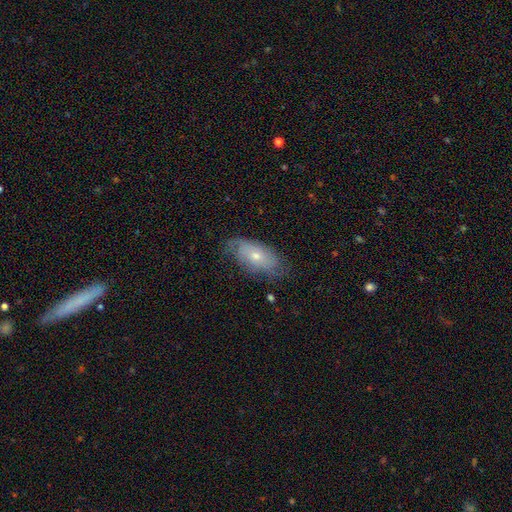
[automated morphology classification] Q: Smooth or featured?
A: featured or disk (56%); runner-up: smooth (36%)
Q: Edge-on disk?
A: no (88%); runner-up: yes (12%)
Q: Merging?
A: none (67%); runner-up: minor disturbance (23%)